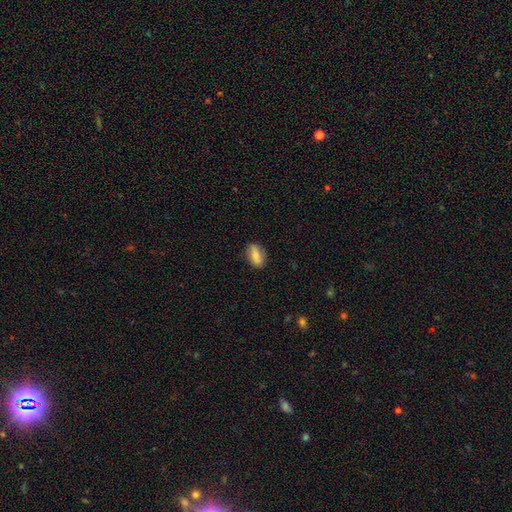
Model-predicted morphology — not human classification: Smooth or featured? Predicted: smooth (p=0.77). How rounded? Predicted: in between (p=0.86). Merging? Predicted: none (p=0.80).